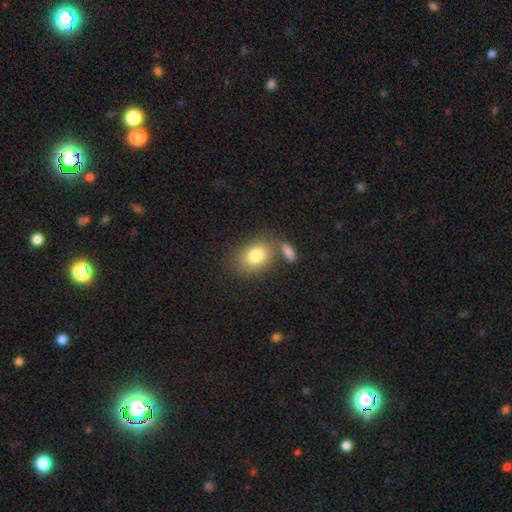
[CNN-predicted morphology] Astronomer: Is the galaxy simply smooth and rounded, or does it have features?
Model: smooth — 80%.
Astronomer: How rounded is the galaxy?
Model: in between — 71%.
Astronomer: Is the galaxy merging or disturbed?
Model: none — 64%.